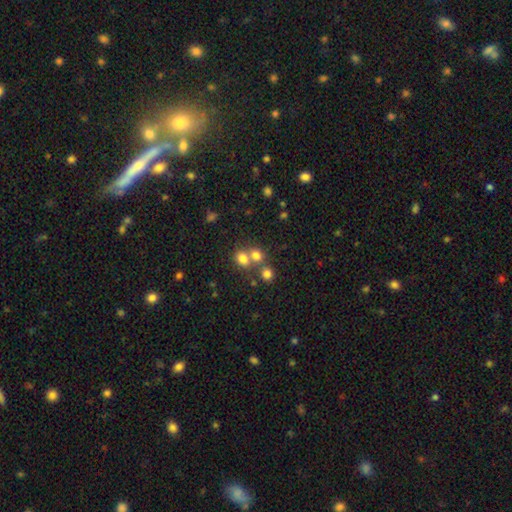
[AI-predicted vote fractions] A smooth galaxy with no disk features (74%) that is round (68%).

Vote fractions:
- Smooth or featured? smooth: 74% / star or artifact: 16% / featured or disk: 10%
- How rounded? round: 68% / in between: 31% / cigar-shaped: 1%
- Merging? merger: 46% / none: 43% / minor disturbance: 7% / major disturbance: 4%